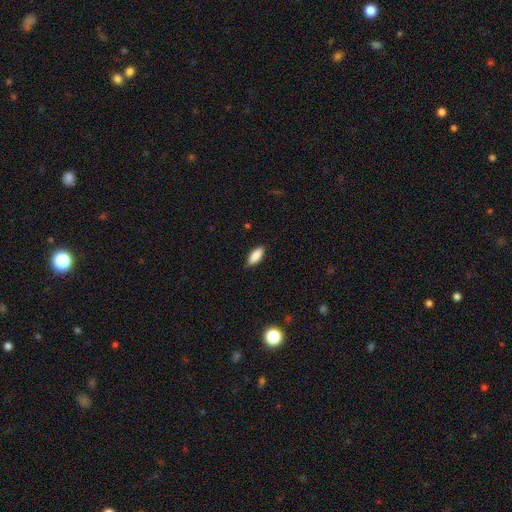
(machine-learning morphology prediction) Overall: smooth (86%). How rounded: in between (77%). Merging: none (84%).